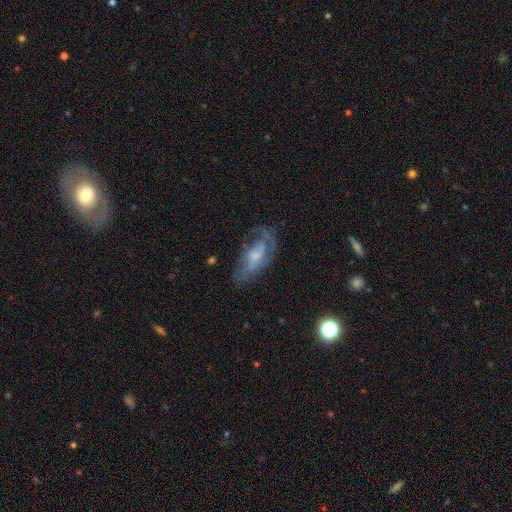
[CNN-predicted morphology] A featured or disk galaxy (62%) with no bar (63%), spiral arms (69%) and a small central bulge (47%). Merging: none (51%).